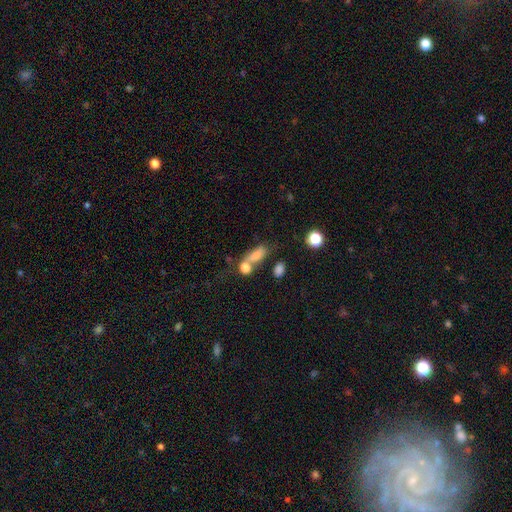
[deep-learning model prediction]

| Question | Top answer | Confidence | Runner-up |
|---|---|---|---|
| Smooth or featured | smooth | 76% | featured or disk (12%) |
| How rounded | in between | 73% | round (16%) |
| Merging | merger | 39% | none (36%) |